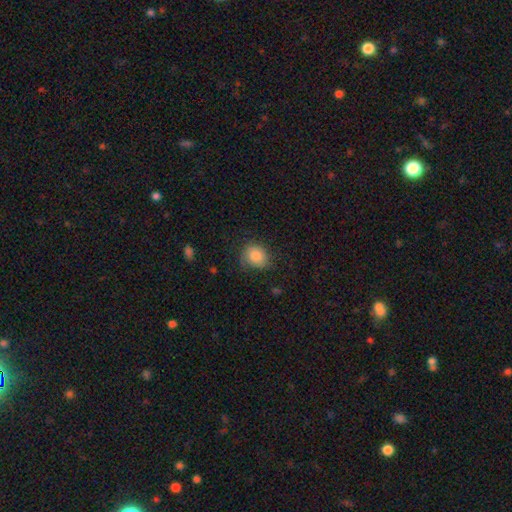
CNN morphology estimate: type=smooth (84%); roundness=round (63%); merging=none (64%).